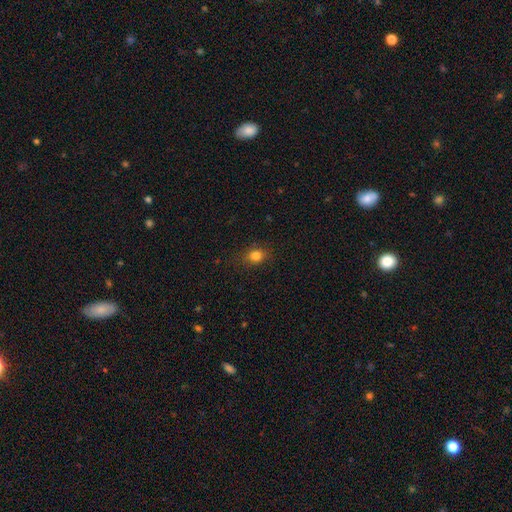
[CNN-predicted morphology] Q: Smooth or featured?
A: smooth (81%); runner-up: star or artifact (13%)
Q: How rounded?
A: round (58%); runner-up: in between (41%)
Q: Merging?
A: none (84%); runner-up: minor disturbance (12%)